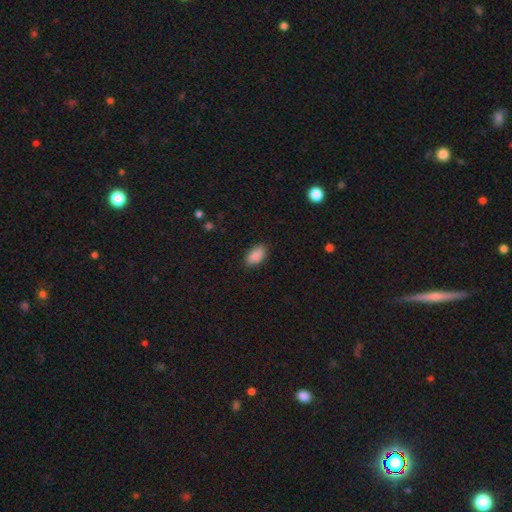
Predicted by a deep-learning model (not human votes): smooth 89%, star or artifact 7%, featured or disk 4%. Down the decision tree: how rounded — in between (93%); merging — none (83%).